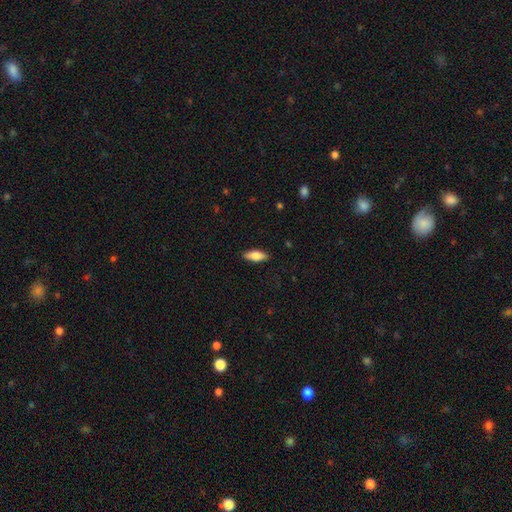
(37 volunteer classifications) Volunteers were most divided on "smooth or featured": smooth: 65%, featured or disk: 27%, star or artifact: 8%. More confident: merging — none (79%); how rounded — in between (71%).